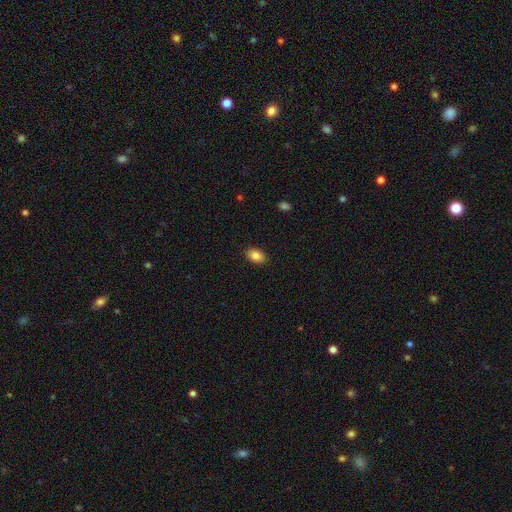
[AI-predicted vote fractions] This is clearly a smooth galaxy (86%). How rounded: clearly in between (88%). Merging: clearly none (90%).